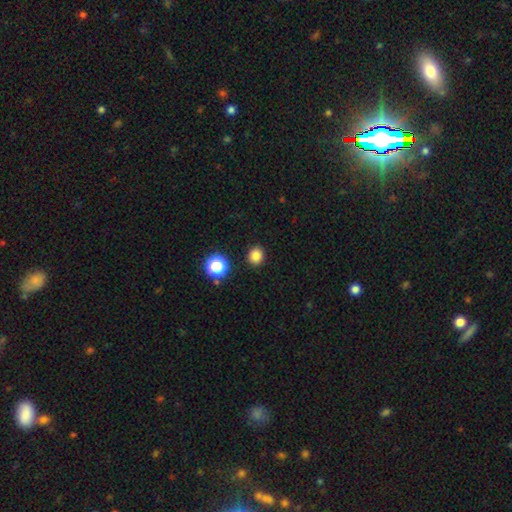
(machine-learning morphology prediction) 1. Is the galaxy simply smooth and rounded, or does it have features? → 82% smooth, 14% star or artifact, 4% featured or disk.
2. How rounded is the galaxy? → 83% round, 16% in between, 1% cigar-shaped.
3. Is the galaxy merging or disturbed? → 90% none, 6% minor disturbance, 2% major disturbance, 2% merger.